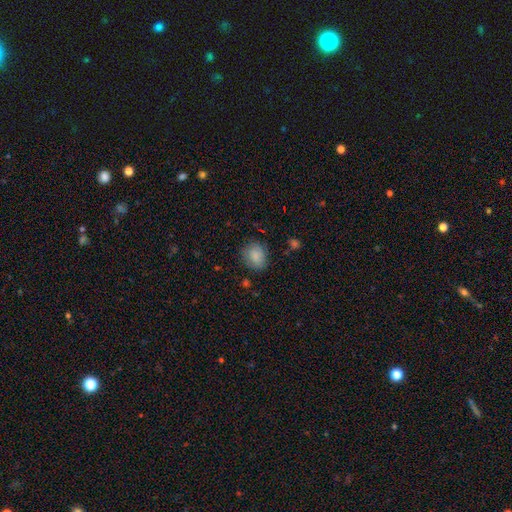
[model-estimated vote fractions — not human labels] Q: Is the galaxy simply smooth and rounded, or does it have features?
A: smooth — 83%.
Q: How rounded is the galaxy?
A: round — 62%.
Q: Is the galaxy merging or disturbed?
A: none — 75%.